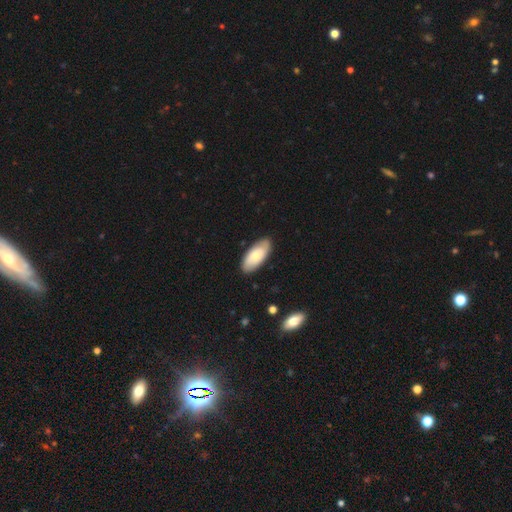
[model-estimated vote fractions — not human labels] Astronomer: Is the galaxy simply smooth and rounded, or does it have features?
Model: smooth — 68%.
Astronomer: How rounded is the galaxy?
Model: in between — 91%.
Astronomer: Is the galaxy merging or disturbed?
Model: none — 87%.